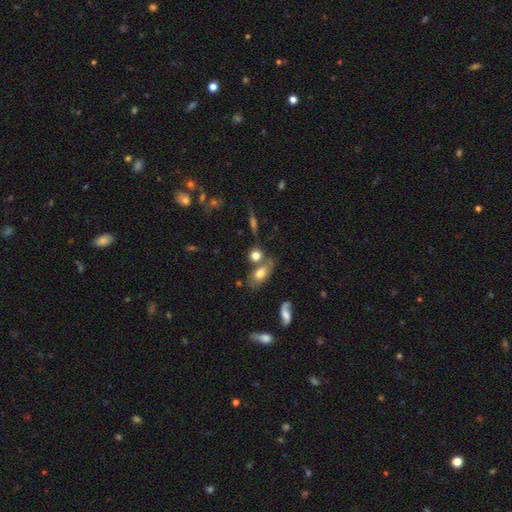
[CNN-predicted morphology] Overall: smooth (68%). How rounded: in between (60%; round 35%). Merging: none (49%; merger 30%).